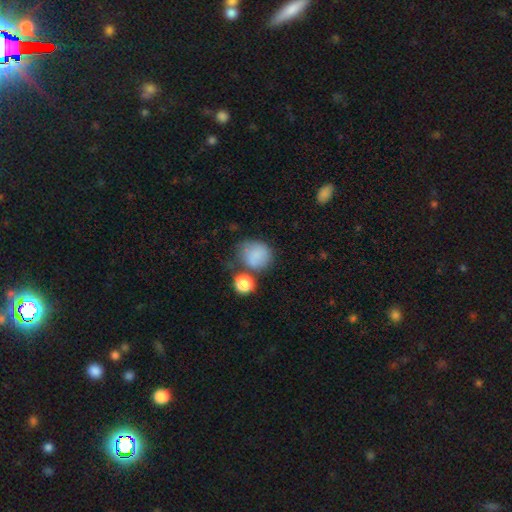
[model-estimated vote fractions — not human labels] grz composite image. It shows a smooth galaxy with no disk features (81%) that is round (80%). Merging: none (52%).